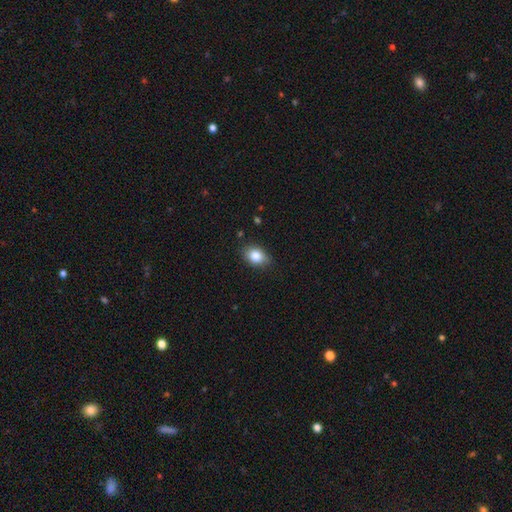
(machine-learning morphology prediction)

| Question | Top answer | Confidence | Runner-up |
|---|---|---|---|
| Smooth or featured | smooth | 83% | star or artifact (9%) |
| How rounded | in between | 75% | round (23%) |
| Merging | none | 82% | minor disturbance (14%) |